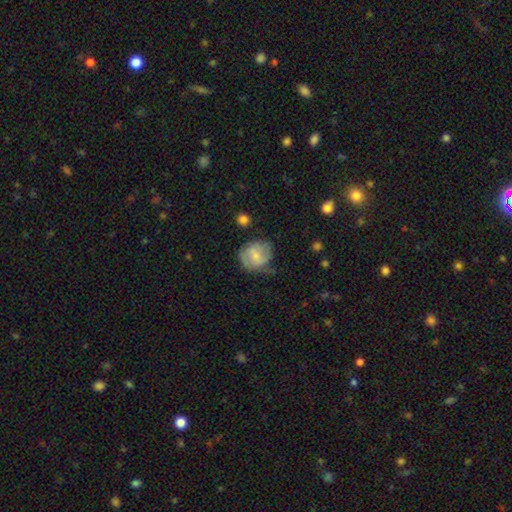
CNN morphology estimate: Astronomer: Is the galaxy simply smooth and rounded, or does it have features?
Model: smooth — 47% (runner-up: featured or disk, 45%).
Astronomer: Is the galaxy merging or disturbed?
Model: none — 52% (runner-up: minor disturbance, 31%).